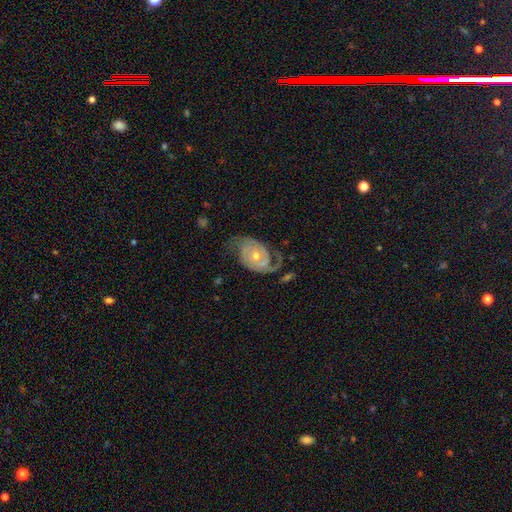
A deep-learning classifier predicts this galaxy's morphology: A featured or disk galaxy (87%) with no bar (76%), 2 (83%) tight (49%) spiral arms (95%) and a moderate central bulge (51%).

Vote fractions:
- Smooth or featured? featured or disk: 87% / smooth: 8% / star or artifact: 5%
- Edge-on disk? no: 97% / yes: 3%
- Bar? no: 76% / weak: 19% / strong: 5%
- Spiral arms? yes: 95% / no: 5%
- Spiral winding? tight: 49% / medium: 36% / loose: 15%
- Spiral arm count? 2: 83% / can't tell: 6% / 1: 5% / 3: 4% / 4: 1% / more than 4: 1%
- Bulge size? moderate: 51% / small: 45% / large: 2% / none: 1% / dominant: 1%
- Merging? none: 63% / minor disturbance: 21% / major disturbance: 14% / merger: 3%